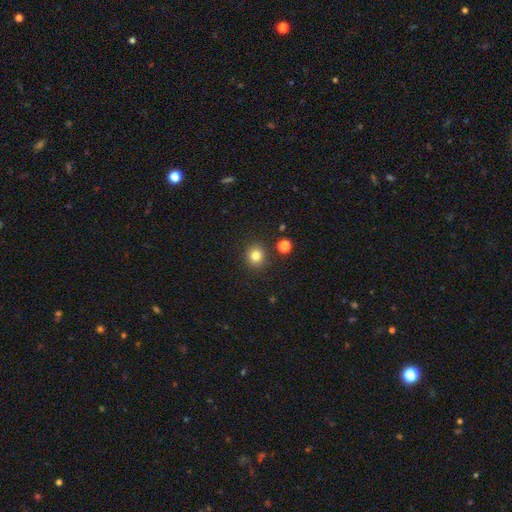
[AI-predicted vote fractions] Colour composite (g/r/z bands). It shows a smooth galaxy with no disk features (81%) that is round (88%). Merging: none (87%).